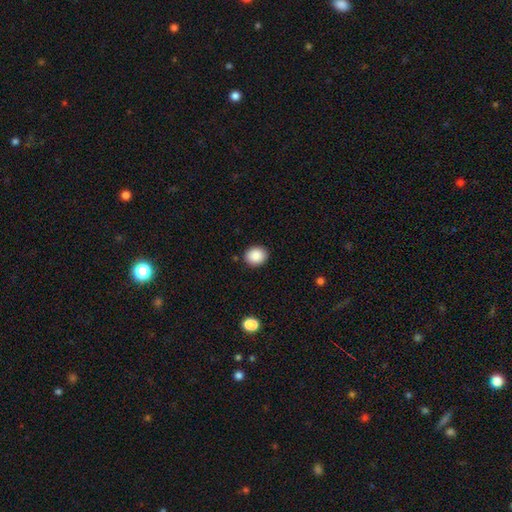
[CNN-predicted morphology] smooth 88%, star or artifact 8%, featured or disk 3%. Down the decision tree: how rounded — round (65%); merging — none (89%).